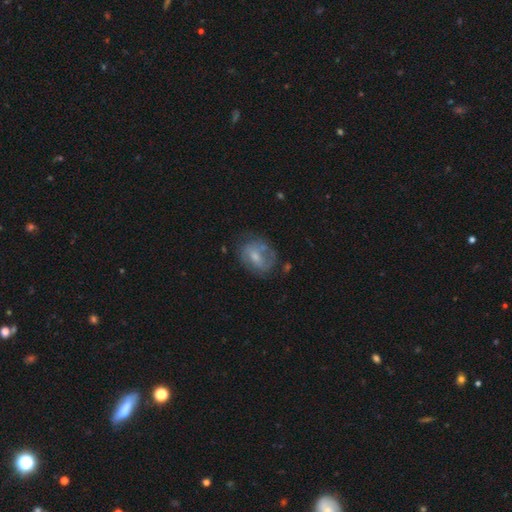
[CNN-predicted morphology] Q: Smooth or featured?
A: featured or disk (47%); runner-up: smooth (44%)
Q: Merging?
A: none (55%); runner-up: minor disturbance (25%)